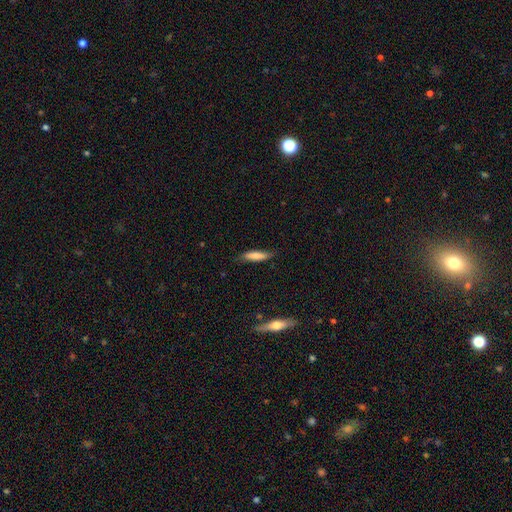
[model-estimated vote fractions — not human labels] Morphology: type=smooth (71%); roundness=cigar-shaped (78%); merging=none (80%).